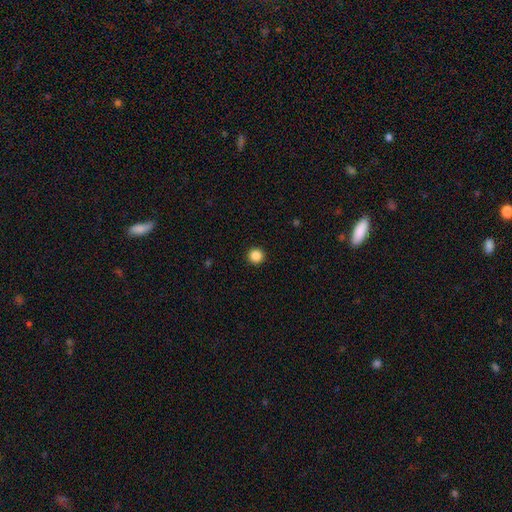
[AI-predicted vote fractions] A smooth galaxy with no disk features (86%) that is round (96%).

Vote fractions:
- Smooth or featured? smooth: 86% / star or artifact: 11% / featured or disk: 3%
- How rounded? round: 96% / in between: 3% / cigar-shaped: 1%
- Merging? none: 93% / minor disturbance: 4% / major disturbance: 2% / merger: 1%